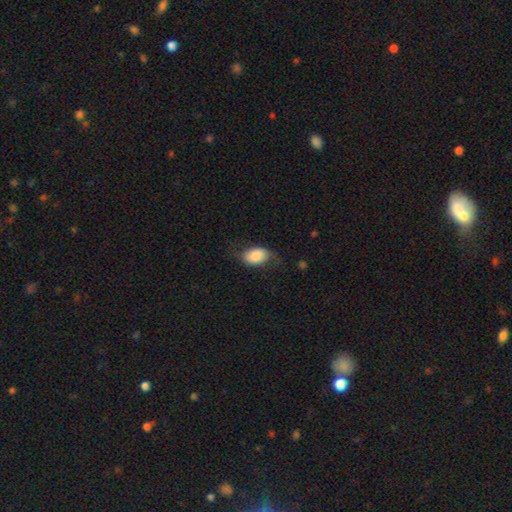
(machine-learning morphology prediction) Overall: smooth (78%). How rounded: in between (87%). Merging: none (60%; minor disturbance 27%).